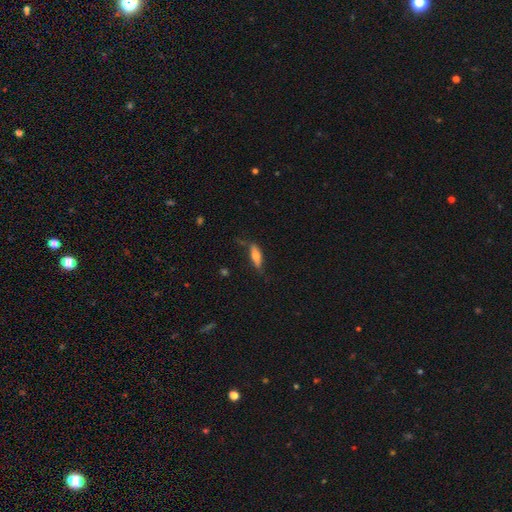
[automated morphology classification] Smooth or featured? smooth (63%)
How rounded? cigar-shaped (52%)
Merging? none (70%)